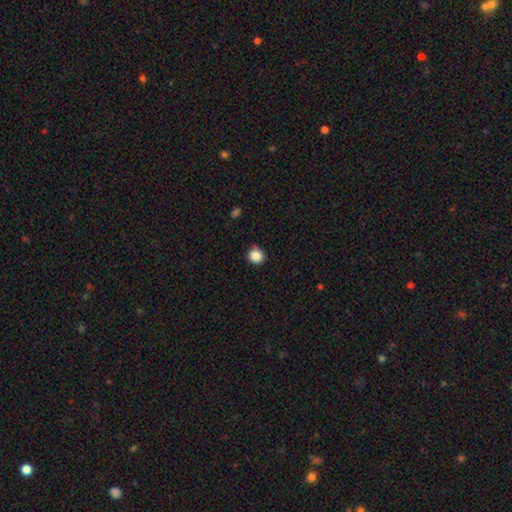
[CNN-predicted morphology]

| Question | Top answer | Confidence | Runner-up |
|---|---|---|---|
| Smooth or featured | smooth | 87% | star or artifact (10%) |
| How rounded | round | 88% | in between (11%) |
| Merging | none | 87% | minor disturbance (10%) |